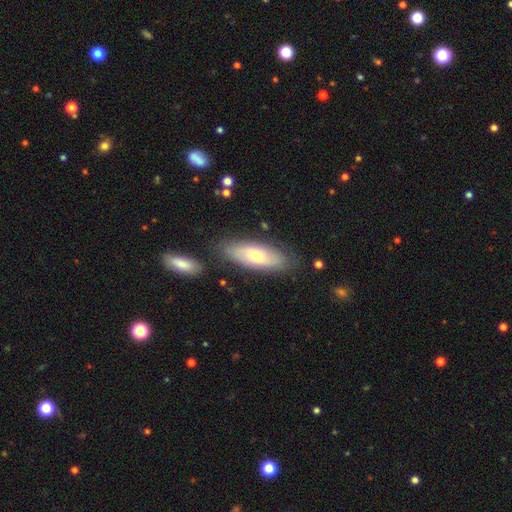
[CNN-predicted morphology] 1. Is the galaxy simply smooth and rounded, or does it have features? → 58% smooth, 35% featured or disk, 6% star or artifact.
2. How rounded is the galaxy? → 72% in between, 26% cigar-shaped, 2% round.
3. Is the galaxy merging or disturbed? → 77% none, 15% minor disturbance, 5% merger, 3% major disturbance.